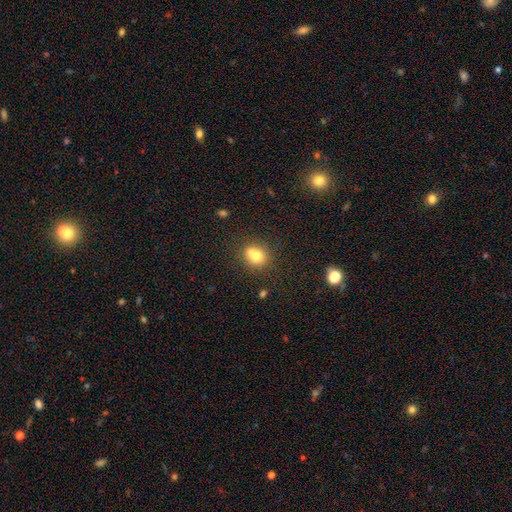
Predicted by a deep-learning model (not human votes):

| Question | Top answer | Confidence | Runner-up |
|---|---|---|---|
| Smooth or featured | smooth | 73% | featured or disk (15%) |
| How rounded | round | 74% | in between (25%) |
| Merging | none | 51% | merger (32%) |